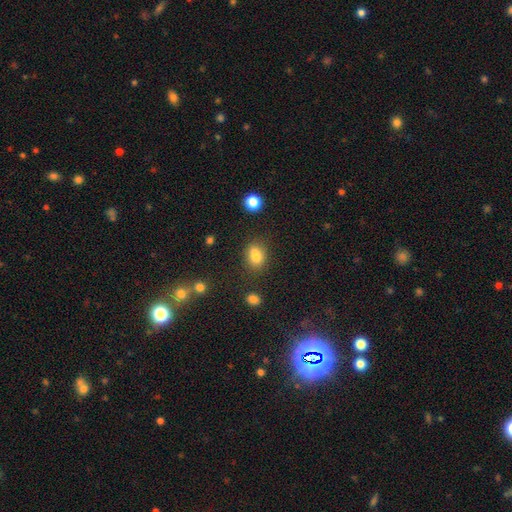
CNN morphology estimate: Smooth or featured? smooth (84%)
How rounded? in between (69%)
Merging? none (73%)